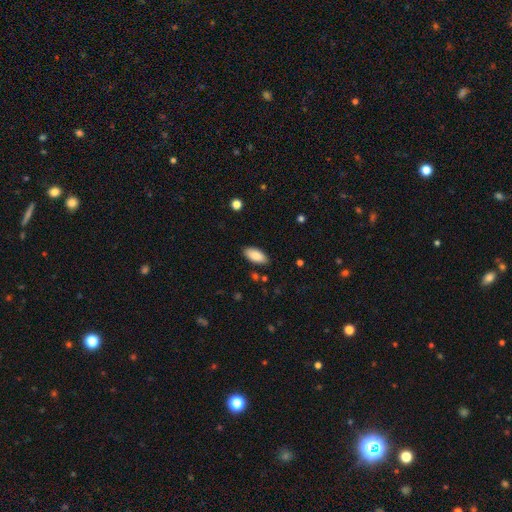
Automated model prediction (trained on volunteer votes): smooth 83%, featured or disk 10%, star or artifact 7%. Down the decision tree: how rounded — in between (91%); merging — none (87%).